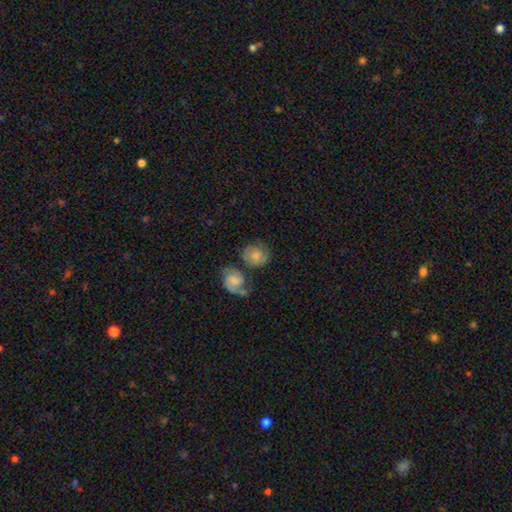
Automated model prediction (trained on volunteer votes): Morphology: type=smooth (55%); roundness=round (69%); merging=none (47%).